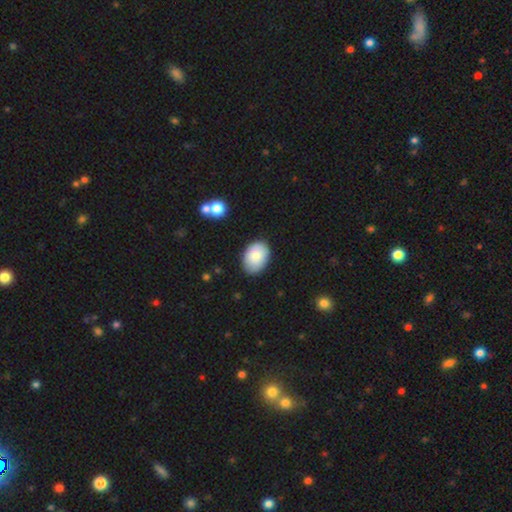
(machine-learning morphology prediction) A smooth galaxy with no disk features (86%) that is in between round and cigar-shaped (85%).

Vote fractions:
- Smooth or featured? smooth: 86% / featured or disk: 8% / star or artifact: 6%
- How rounded? in between: 85% / round: 14% / cigar-shaped: 1%
- Merging? none: 83% / minor disturbance: 13% / major disturbance: 2% / merger: 2%